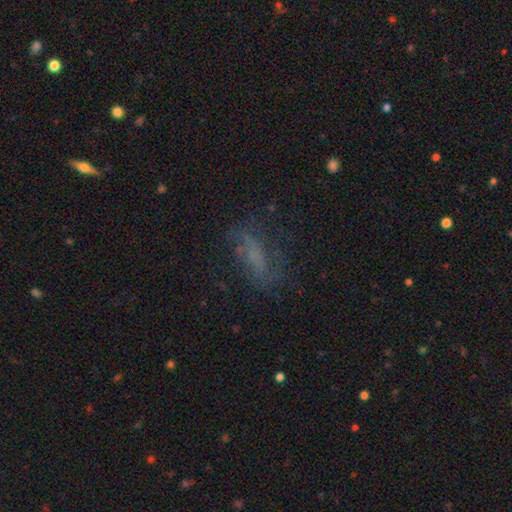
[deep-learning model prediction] A smooth galaxy with no disk features (44%).

Vote fractions:
- Smooth or featured? smooth: 44% / featured or disk: 35% / star or artifact: 21%
- Merging? none: 60% / minor disturbance: 21% / major disturbance: 17% / merger: 2%